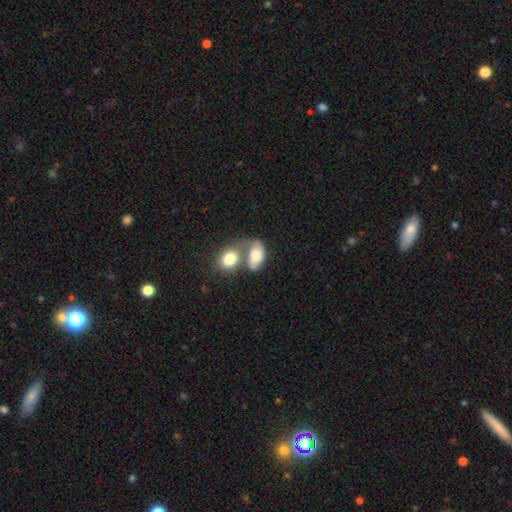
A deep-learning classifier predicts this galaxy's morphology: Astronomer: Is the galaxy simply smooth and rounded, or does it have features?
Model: smooth — 72%.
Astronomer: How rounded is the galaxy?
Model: in between — 86%.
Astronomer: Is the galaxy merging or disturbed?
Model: merger — 62%.